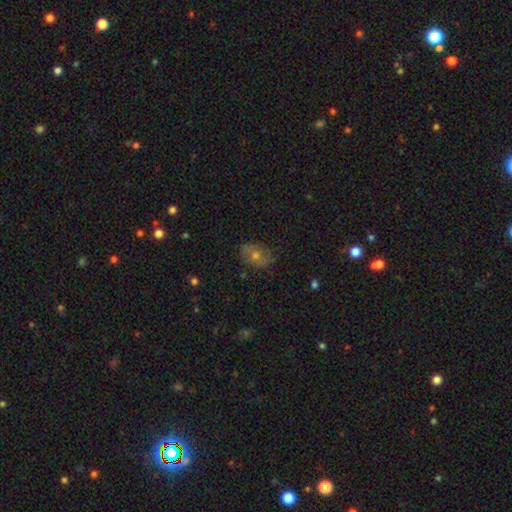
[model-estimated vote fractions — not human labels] Overall: featured or disk (43%; smooth 41%). Merging: none (75%).